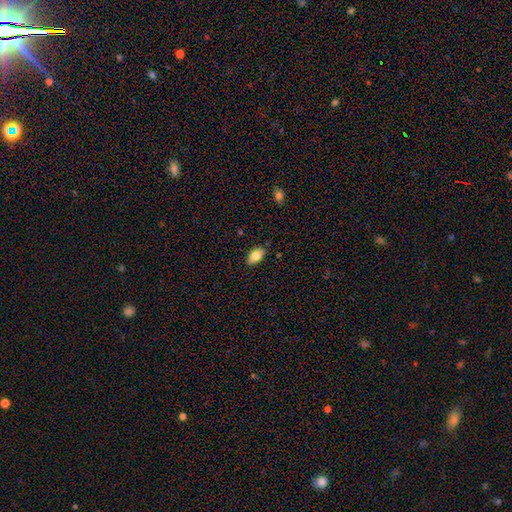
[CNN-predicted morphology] Smooth or featured: smooth — 82% (featured or disk — 10%)
How rounded: in between — 92% (round — 5%)
Merging: none — 85% (minor disturbance — 12%)